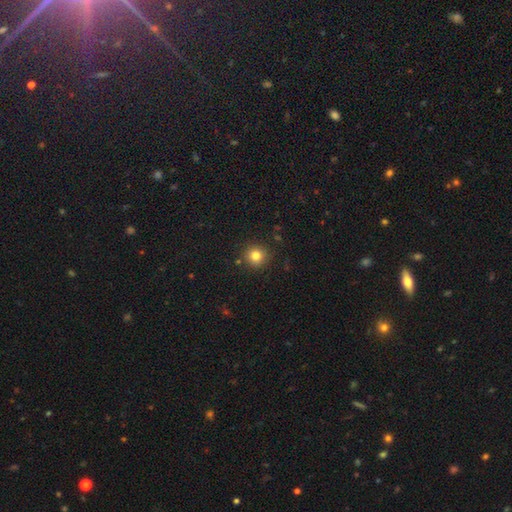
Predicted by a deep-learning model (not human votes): smooth_or_featured: smooth (p=0.81) [alt: star or artifact p=0.12]
how_rounded: round (p=0.94) [alt: in between p=0.06]
merging: none (p=0.89) [alt: minor disturbance p=0.07]